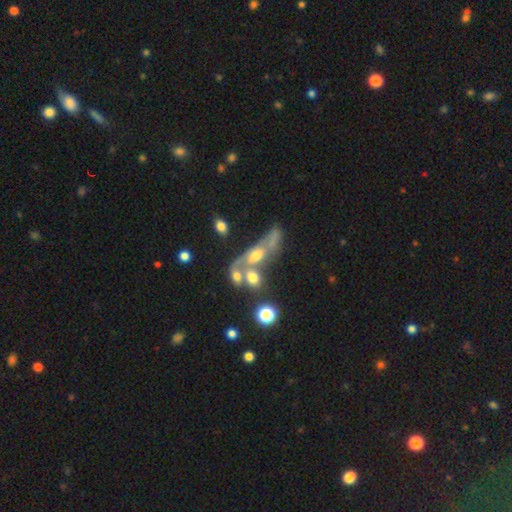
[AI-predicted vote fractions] A featured or disk galaxy (59%).

Vote fractions:
- Smooth or featured? featured or disk: 59% / smooth: 25% / star or artifact: 17%
- Edge-on disk? no: 67% / yes: 33%
- Merging? merger: 38% / none: 36% / major disturbance: 13% / minor disturbance: 13%